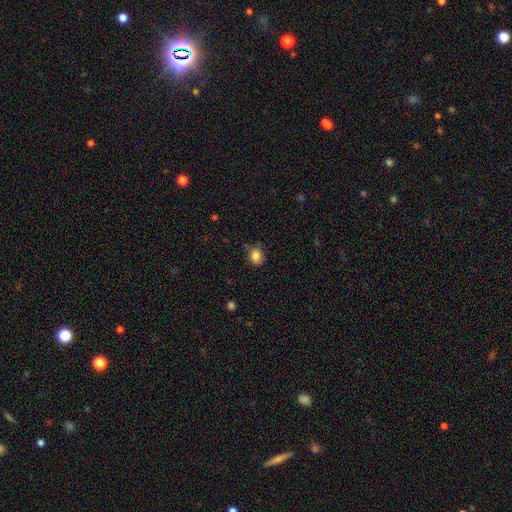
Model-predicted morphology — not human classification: Overall: smooth (84%). How rounded: round (57%; in between 42%). Merging: none (73%).